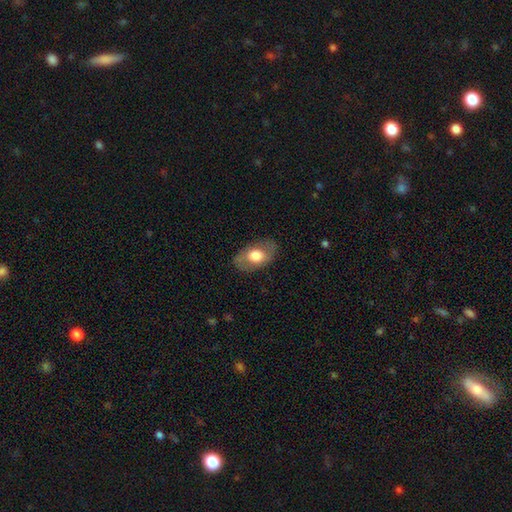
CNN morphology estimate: Q: Smooth or featured?
A: smooth (53%); runner-up: featured or disk (41%)
Q: How rounded?
A: in between (87%); runner-up: round (12%)
Q: Merging?
A: none (81%); runner-up: minor disturbance (13%)